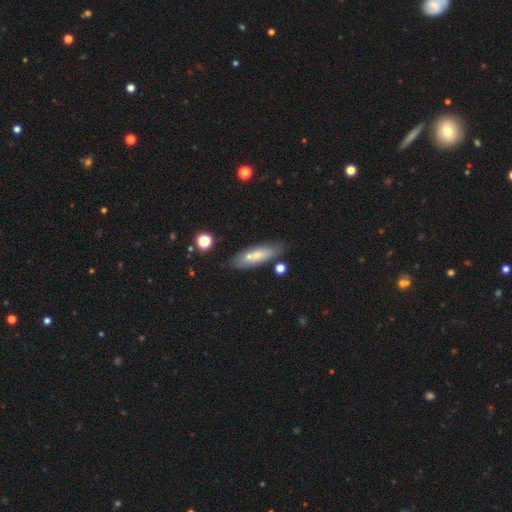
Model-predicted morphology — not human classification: Smooth or featured?
  - smooth: 69% *
  - featured or disk: 23%
  - star or artifact: 8%
How rounded?
  - cigar-shaped: 50% *
  - in between: 48%
  - round: 2%
Merging?
  - none: 74% *
  - minor disturbance: 15%
  - merger: 7%
  - major disturbance: 4%